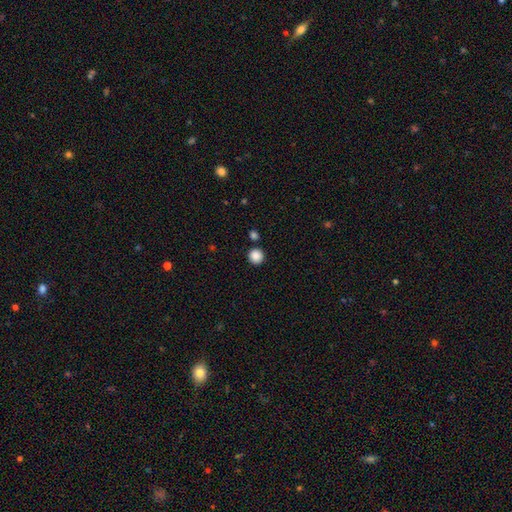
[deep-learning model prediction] Smooth or featured: smooth — 88% (star or artifact — 10%)
How rounded: round — 95% (in between — 4%)
Merging: none — 88% (minor disturbance — 6%)